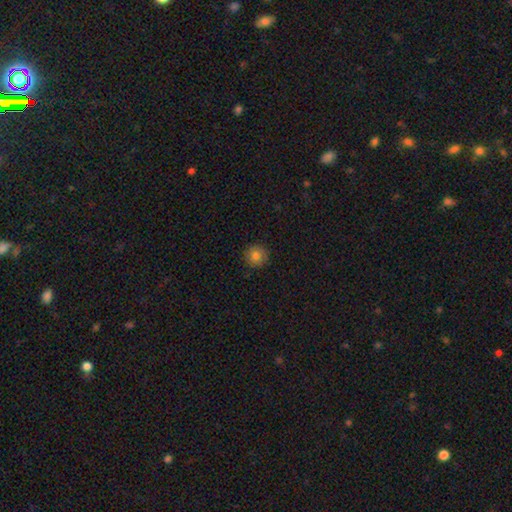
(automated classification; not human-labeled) This appears to be a smooth galaxy with no disk features (82%) that is round (94%). Merging: none (90%).